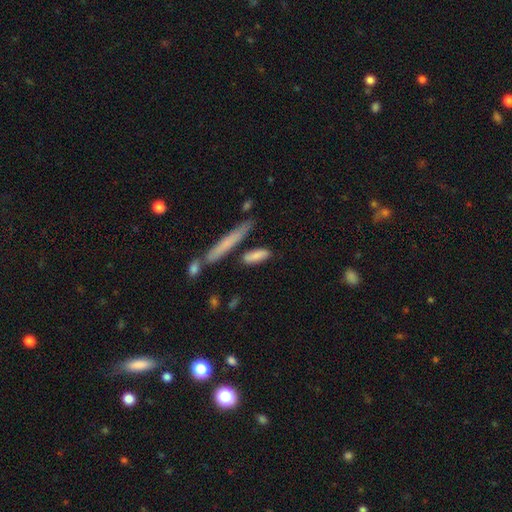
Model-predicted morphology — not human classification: Smooth or featured?
  - smooth: 79% *
  - featured or disk: 14%
  - star or artifact: 7%
How rounded?
  - cigar-shaped: 53% *
  - in between: 44%
  - round: 3%
Merging?
  - none: 70% *
  - minor disturbance: 16%
  - merger: 9%
  - major disturbance: 5%